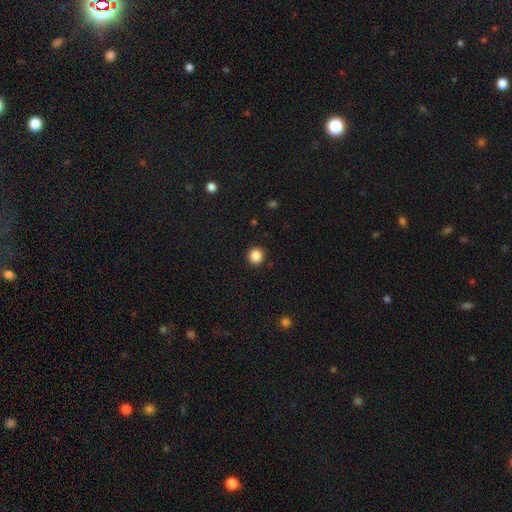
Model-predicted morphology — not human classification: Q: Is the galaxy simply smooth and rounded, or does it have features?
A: smooth — 87%.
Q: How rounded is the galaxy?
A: round — 91%.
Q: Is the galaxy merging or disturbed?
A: none — 92%.